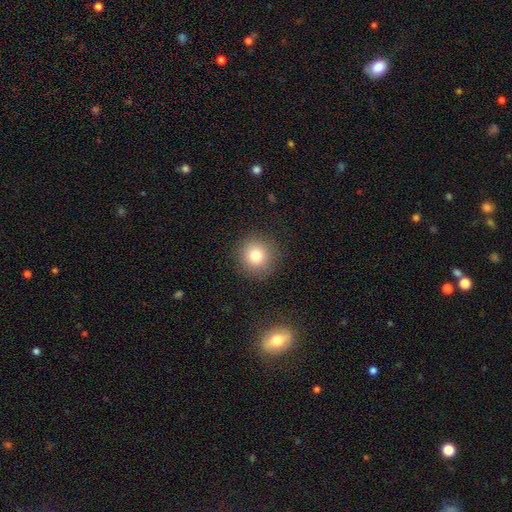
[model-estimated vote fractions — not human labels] The model was most divided on "smooth or featured": smooth: 79%, star or artifact: 12%, featured or disk: 9%. More confident: how rounded — round (93%); merging — none (89%).